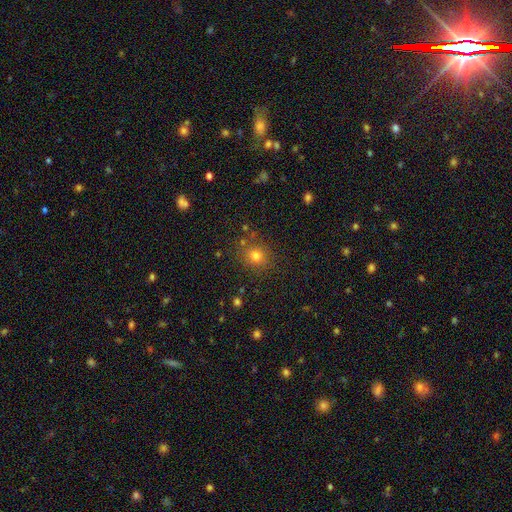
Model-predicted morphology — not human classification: A smooth galaxy with no disk features (75%) that is round (82%).

Vote fractions:
- Smooth or featured? smooth: 75% / star or artifact: 17% / featured or disk: 8%
- How rounded? round: 82% / in between: 17% / cigar-shaped: 1%
- Merging? none: 82% / minor disturbance: 10% / merger: 4% / major disturbance: 4%